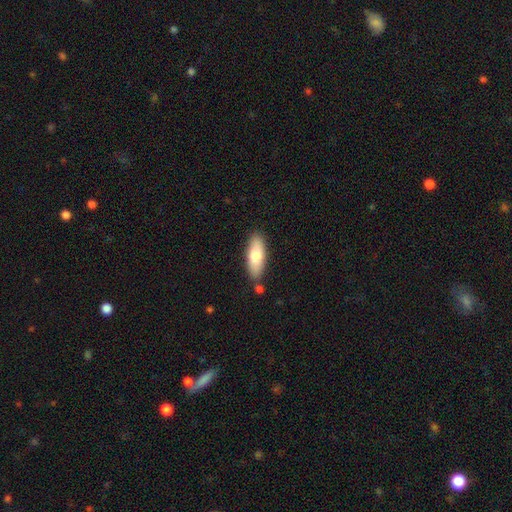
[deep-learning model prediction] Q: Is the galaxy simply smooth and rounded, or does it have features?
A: smooth — 74%.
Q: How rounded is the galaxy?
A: in between — 67%.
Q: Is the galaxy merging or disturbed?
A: none — 80%.